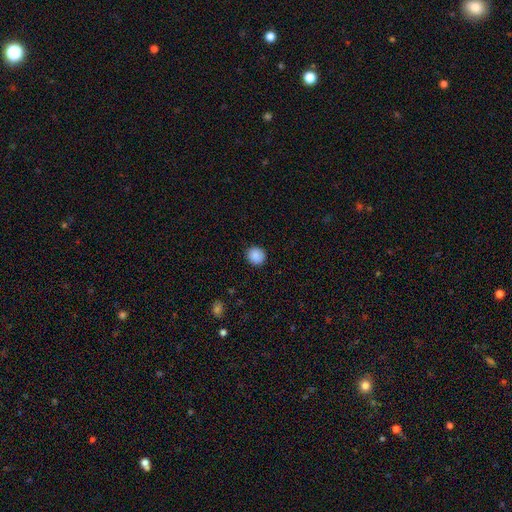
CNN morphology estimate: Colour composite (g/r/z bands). It shows a smooth galaxy with no disk features (88%) that is round (90%). Merging: none (90%).